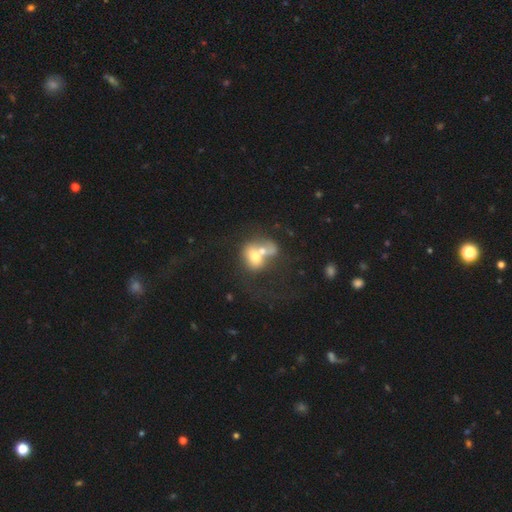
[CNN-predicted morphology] A smooth galaxy with no disk features (55%) that is in between round and cigar-shaped (54%). Merging: merger (68%).